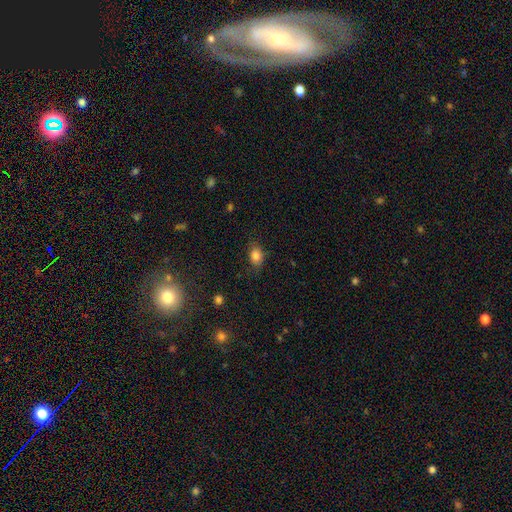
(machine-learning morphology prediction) Q: Smooth or featured?
A: smooth (83%); runner-up: star or artifact (10%)
Q: How rounded?
A: in between (68%); runner-up: round (31%)
Q: Merging?
A: none (77%); runner-up: minor disturbance (18%)